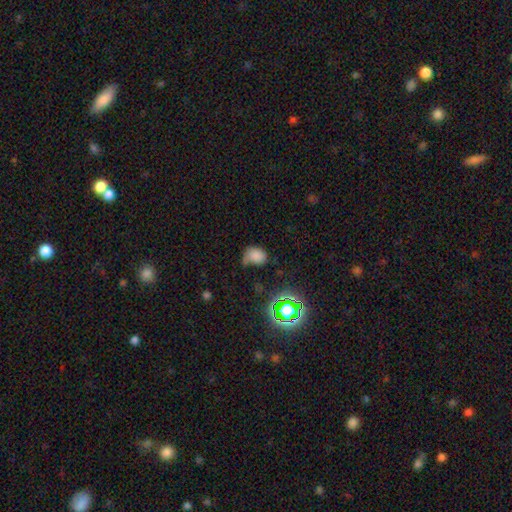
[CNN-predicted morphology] The model was most divided on "merging": none: 40%, minor disturbance: 33%, major disturbance: 18%, merger: 9%. More confident: smooth or featured — smooth (72%); how rounded — in between (63%).